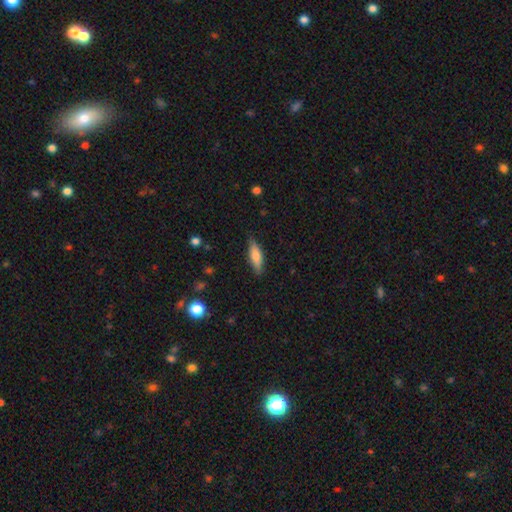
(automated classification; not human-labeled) Smooth or featured? Predicted: smooth (p=0.69). How rounded? Predicted: cigar-shaped (p=0.55). Merging? Predicted: none (p=0.85).